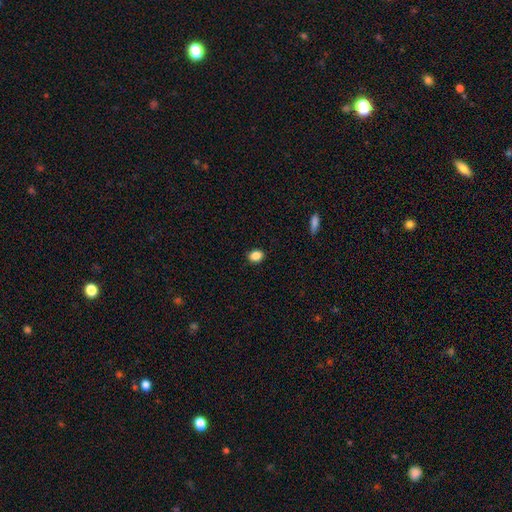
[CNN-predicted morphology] Q: Smooth or featured?
A: smooth (87%); runner-up: star or artifact (10%)
Q: How rounded?
A: in between (52%); runner-up: round (47%)
Q: Merging?
A: none (89%); runner-up: minor disturbance (8%)